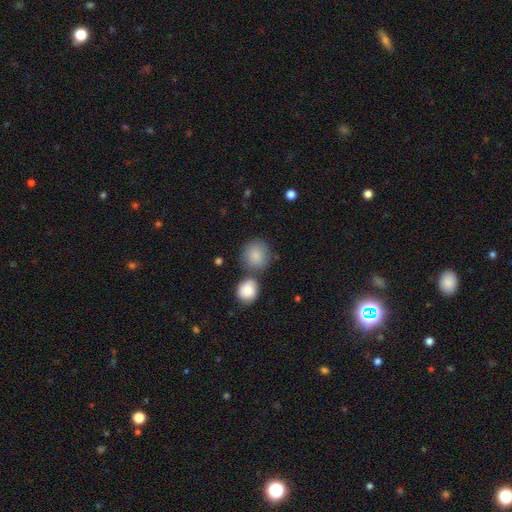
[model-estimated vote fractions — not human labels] This appears to be a smooth galaxy with no disk features (86%) that is round (87%). Merging: none (63%).